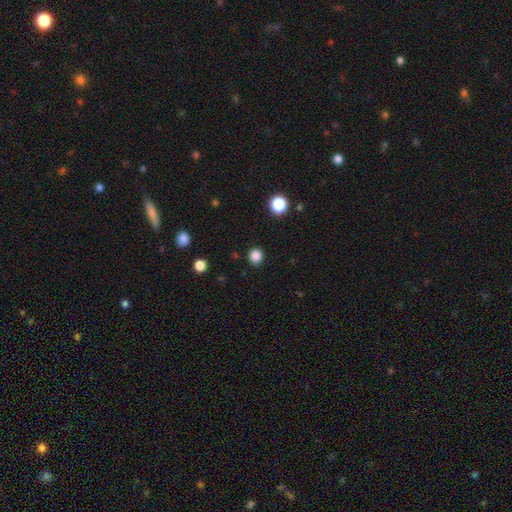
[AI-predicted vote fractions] smooth_or_featured: smooth (p=0.85) [alt: star or artifact p=0.12]
how_rounded: round (p=0.86) [alt: in between p=0.13]
merging: none (p=0.90) [alt: minor disturbance p=0.06]